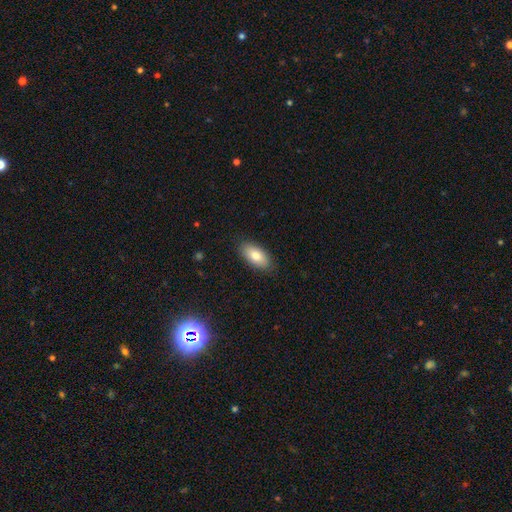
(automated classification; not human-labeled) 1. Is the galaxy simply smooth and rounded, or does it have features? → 79% smooth, 14% featured or disk, 7% star or artifact.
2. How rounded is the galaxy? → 91% in between, 7% cigar-shaped, 3% round.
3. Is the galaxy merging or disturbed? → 87% none, 10% minor disturbance, 2% major disturbance, 1% merger.